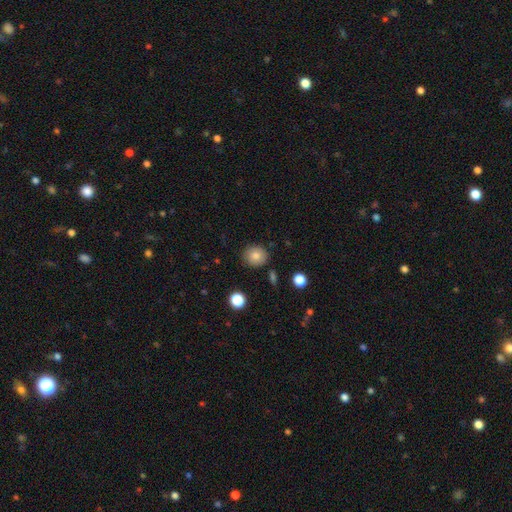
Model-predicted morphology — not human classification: A smooth galaxy with no disk features (82%) that is round (82%). Merging: none (86%).